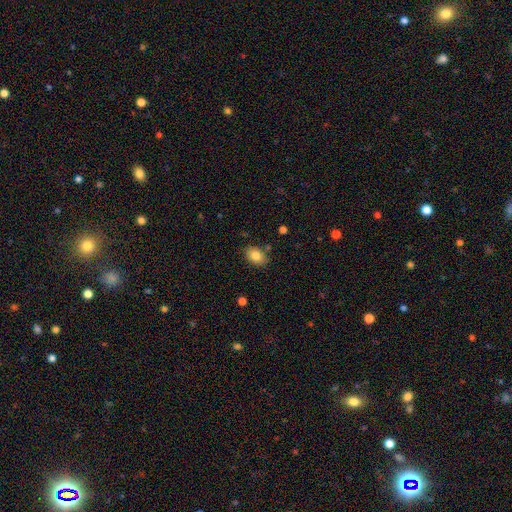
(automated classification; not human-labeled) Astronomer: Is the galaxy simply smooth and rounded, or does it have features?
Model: smooth — 84%.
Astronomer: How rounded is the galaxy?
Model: in between — 77%.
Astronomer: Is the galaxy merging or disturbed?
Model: none — 81%.